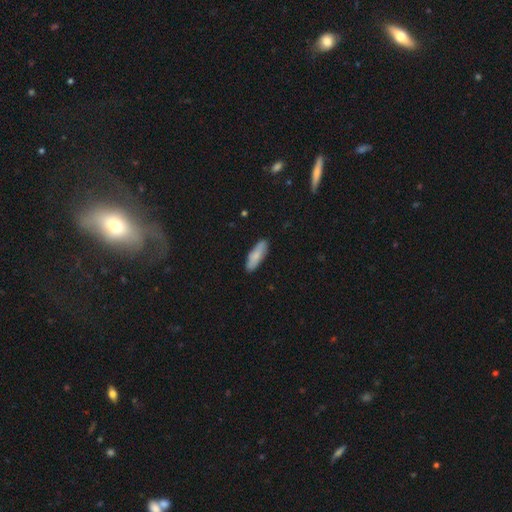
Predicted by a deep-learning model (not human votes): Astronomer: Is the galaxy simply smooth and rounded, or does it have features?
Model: smooth — 80%.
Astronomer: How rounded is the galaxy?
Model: cigar-shaped — 52% (runner-up: in between, 46%).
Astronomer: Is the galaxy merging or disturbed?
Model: none — 87%.